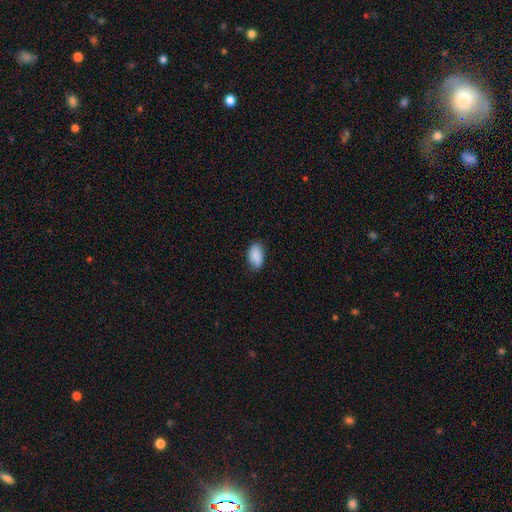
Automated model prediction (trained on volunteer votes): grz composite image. It shows a smooth galaxy with no disk features (89%) that is in between round and cigar-shaped (94%). Merging: none (80%).